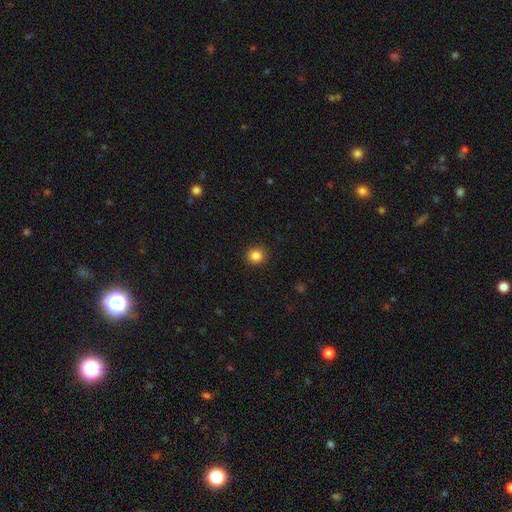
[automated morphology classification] smooth-or-featured: smooth: 86% | star or artifact: 10% | featured or disk: 4%
  how-rounded: round: 91% | in between: 8% | cigar-shaped: 1%
  merging: none: 92% | minor disturbance: 5% | major disturbance: 2% | merger: 1%